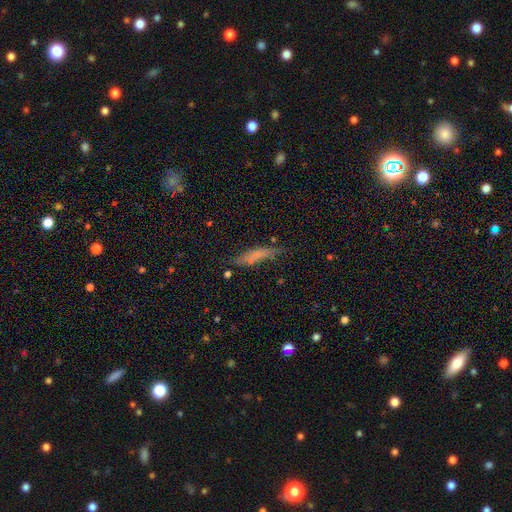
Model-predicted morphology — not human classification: smooth-or-featured: smooth: 63% | featured or disk: 27% | star or artifact: 11%
  how-rounded: cigar-shaped: 81% | in between: 17% | round: 2%
  merging: none: 62% | minor disturbance: 24% | major disturbance: 9% | merger: 5%